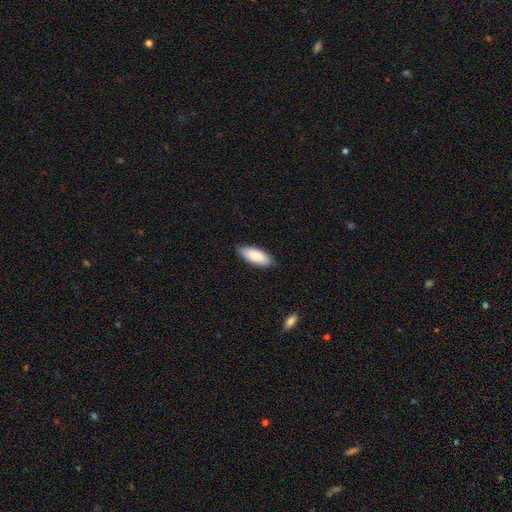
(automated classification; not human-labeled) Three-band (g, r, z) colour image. It shows a smooth galaxy with no disk features (84%) that is in between round and cigar-shaped (80%). Merging: none (84%).